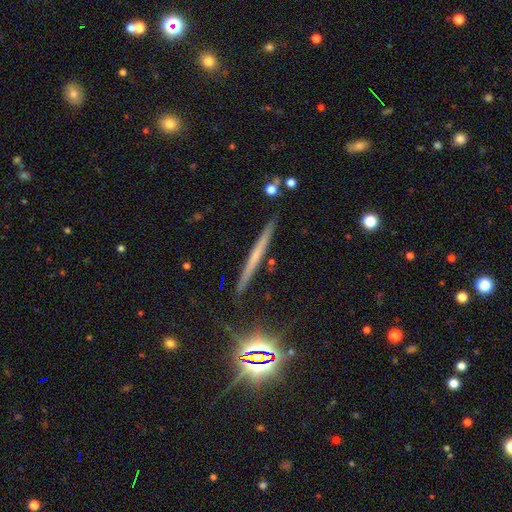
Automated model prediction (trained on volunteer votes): Smooth or featured? Predicted: featured or disk (p=0.49). Merging? Predicted: none (p=0.89).